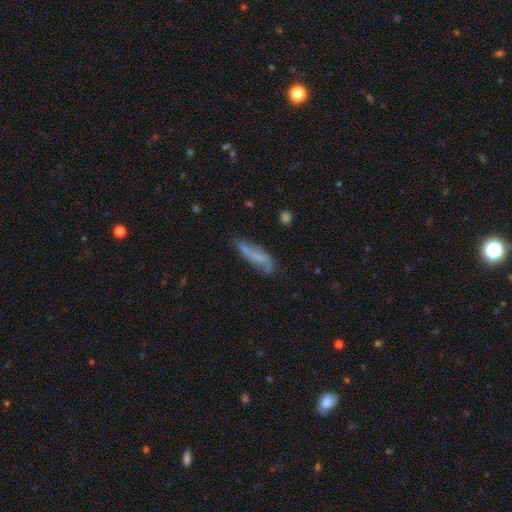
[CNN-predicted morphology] Smooth or featured? smooth (50%)
How rounded? cigar-shaped (62%)
Merging? none (63%)